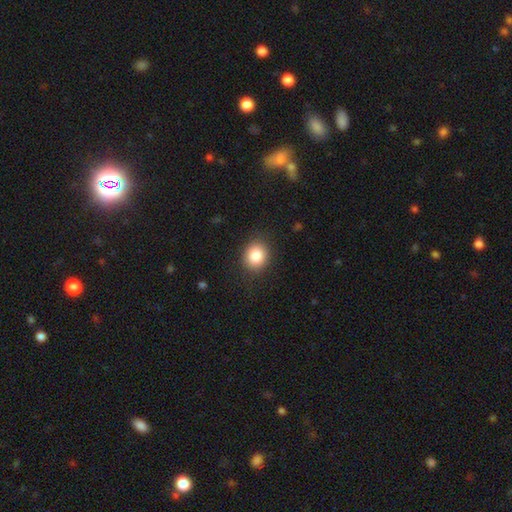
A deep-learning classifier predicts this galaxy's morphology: smooth_or_featured: smooth (p=0.85) [alt: star or artifact p=0.09]
how_rounded: round (p=0.71) [alt: in between p=0.28]
merging: none (p=0.87) [alt: minor disturbance p=0.09]